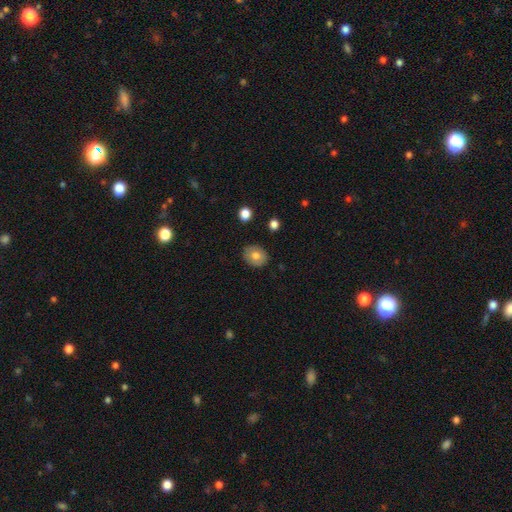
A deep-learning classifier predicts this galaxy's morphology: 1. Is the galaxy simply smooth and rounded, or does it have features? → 75% smooth, 17% featured or disk, 9% star or artifact.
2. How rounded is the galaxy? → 62% round, 37% in between, 1% cigar-shaped.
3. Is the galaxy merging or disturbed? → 86% none, 10% minor disturbance, 2% major disturbance, 1% merger.